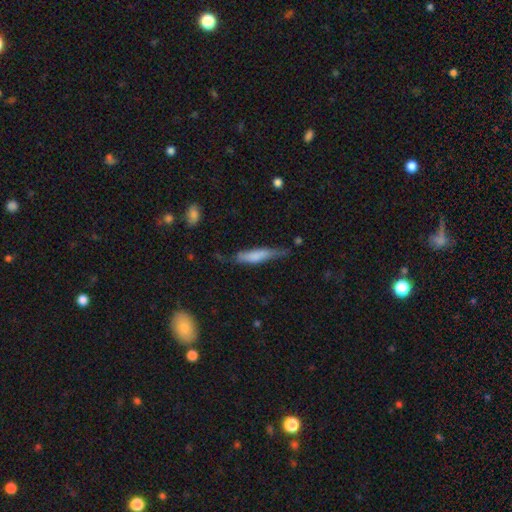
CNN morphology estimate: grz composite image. It shows a smooth galaxy with no disk features (66%) that is cigar-shaped (81%). Merging: none (51%).